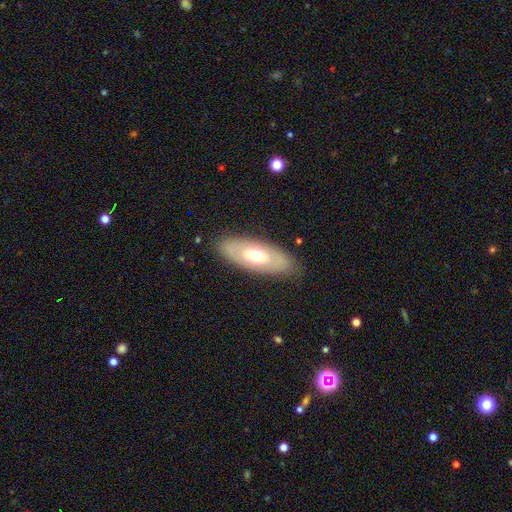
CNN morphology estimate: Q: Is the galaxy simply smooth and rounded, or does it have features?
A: smooth — 54%.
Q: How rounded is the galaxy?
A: in between — 82%.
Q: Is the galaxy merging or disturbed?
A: none — 84%.